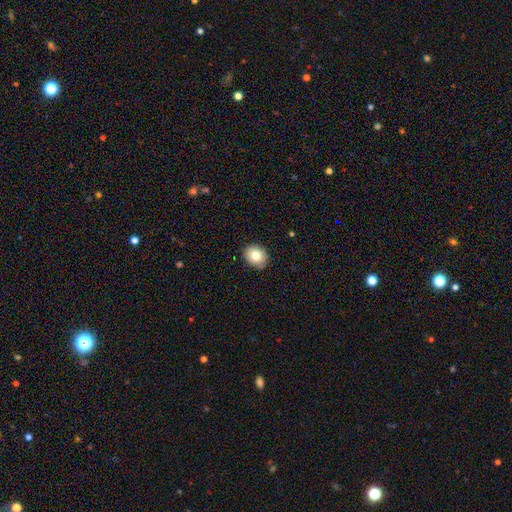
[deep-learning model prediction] A smooth galaxy with no disk features (80%) that is round (62%).

Vote fractions:
- Smooth or featured? smooth: 80% / featured or disk: 11% / star or artifact: 9%
- How rounded? round: 62% / in between: 37% / cigar-shaped: 1%
- Merging? none: 88% / minor disturbance: 9% / major disturbance: 2% / merger: 1%